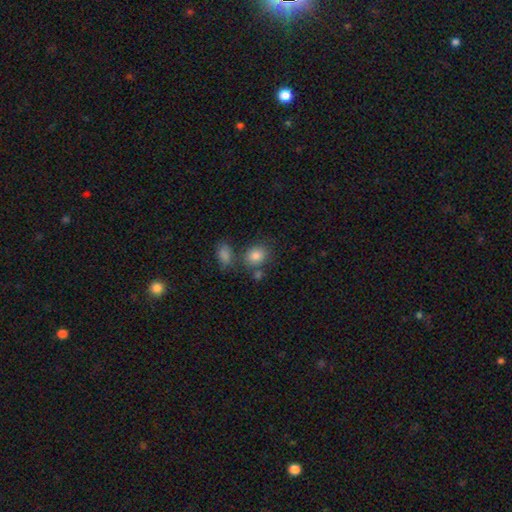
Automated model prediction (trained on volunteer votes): Smooth or featured: smooth — 83% (star or artifact — 10%)
How rounded: round — 51% (in between — 48%)
Merging: none — 63% (merger — 18%)